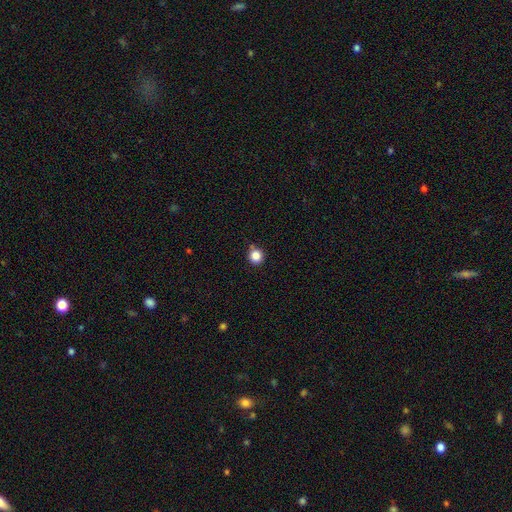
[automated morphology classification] Smooth or featured: smooth — 85% (star or artifact — 11%)
How rounded: round — 92% (in between — 7%)
Merging: none — 82% (minor disturbance — 11%)